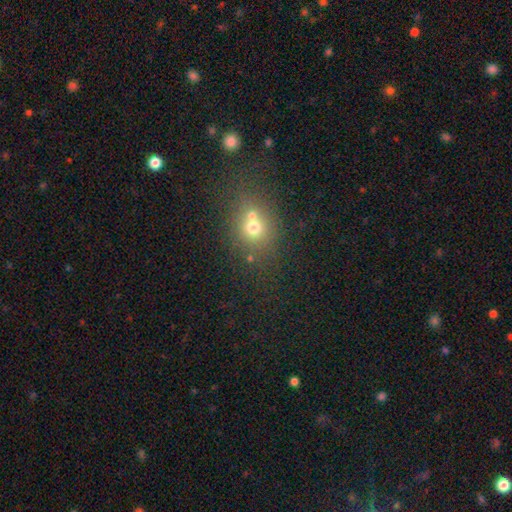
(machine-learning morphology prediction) smooth-or-featured: smooth: 59% | star or artifact: 24% | featured or disk: 17%
  how-rounded: round: 69% | in between: 29% | cigar-shaped: 2%
  merging: none: 45% | merger: 42% | minor disturbance: 9% | major disturbance: 4%